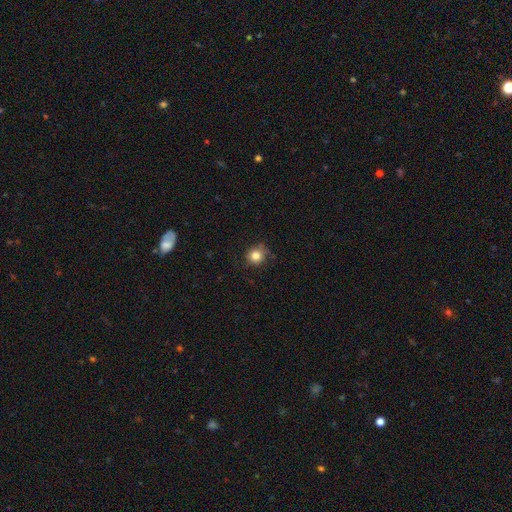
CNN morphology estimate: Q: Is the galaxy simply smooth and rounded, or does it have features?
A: smooth — 82%.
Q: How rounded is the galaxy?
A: round — 90%.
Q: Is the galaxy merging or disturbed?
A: none — 77%.